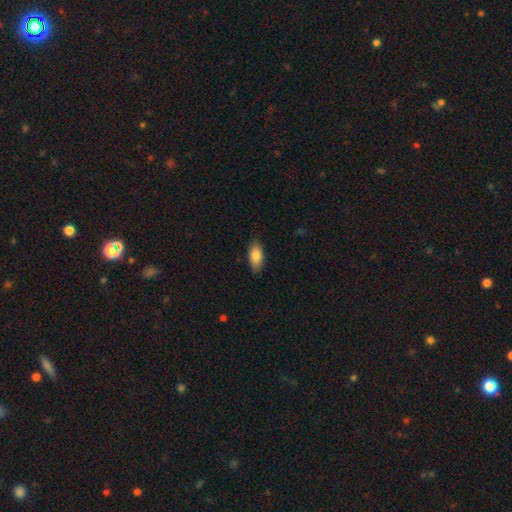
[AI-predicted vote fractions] Smooth or featured: smooth — 85% (featured or disk — 9%)
How rounded: in between — 90% (cigar-shaped — 7%)
Merging: none — 85% (minor disturbance — 12%)